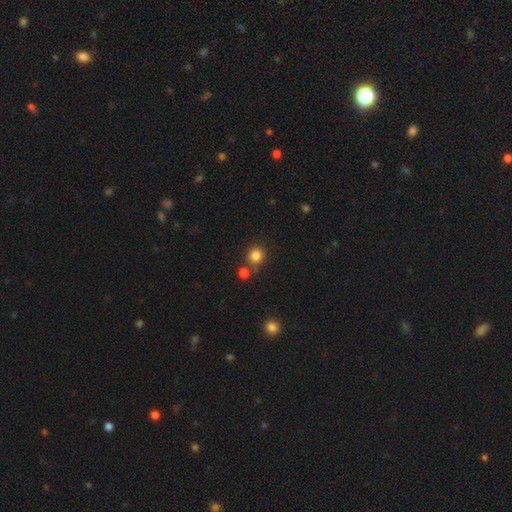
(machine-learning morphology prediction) A smooth galaxy with no disk features (83%) that is round (86%). Merging: none (72%).